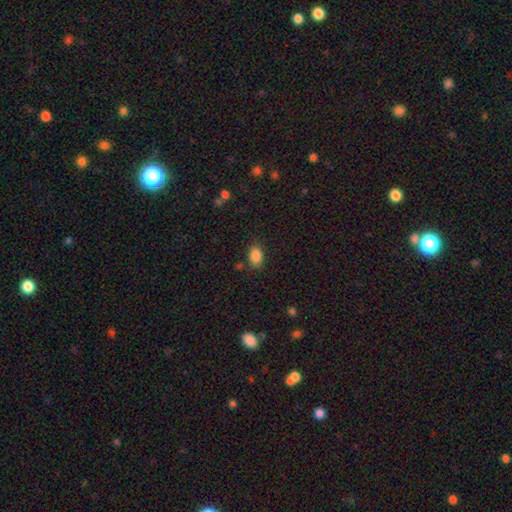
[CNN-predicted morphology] smooth_or_featured: smooth (p=0.87) [alt: star or artifact p=0.09]
how_rounded: in between (p=0.87) [alt: round p=0.12]
merging: none (p=0.81) [alt: minor disturbance p=0.12]